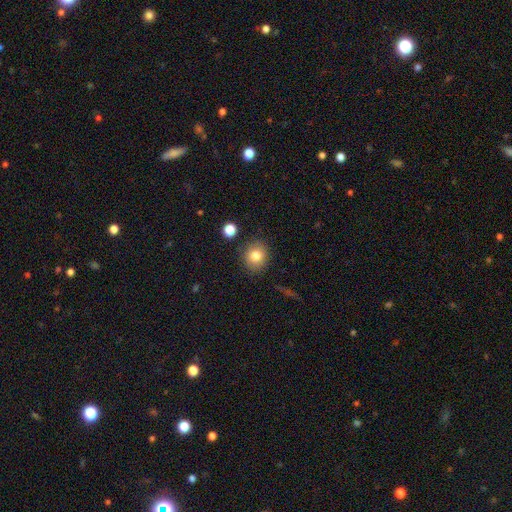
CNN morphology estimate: The model was most divided on "how rounded": round: 82%, in between: 17%, cigar-shaped: 1%. More confident: merging — none (87%); smooth or featured — smooth (81%).